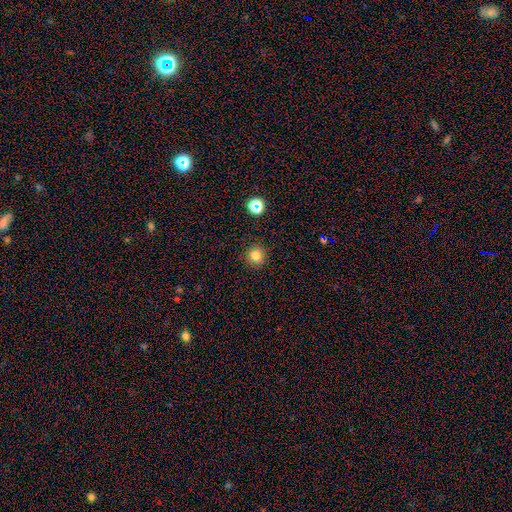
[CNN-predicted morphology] The model was most divided on "smooth or featured": smooth: 80%, star or artifact: 14%, featured or disk: 6%. More confident: how rounded — round (92%); merging — none (90%).